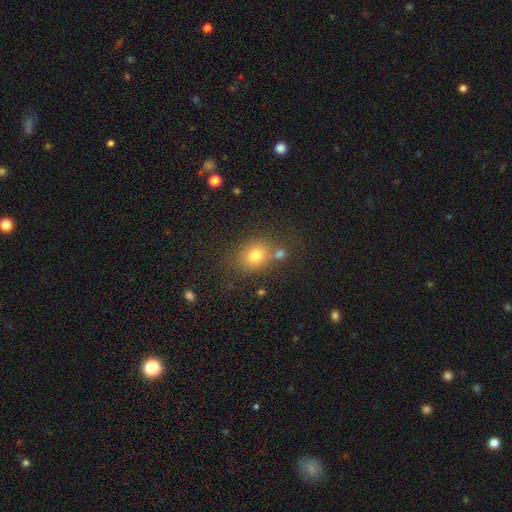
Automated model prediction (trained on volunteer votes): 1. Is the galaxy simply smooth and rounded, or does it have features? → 74% smooth, 15% star or artifact, 11% featured or disk.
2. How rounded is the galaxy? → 58% round, 41% in between, 1% cigar-shaped.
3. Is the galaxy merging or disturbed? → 66% none, 15% merger, 13% minor disturbance, 5% major disturbance.